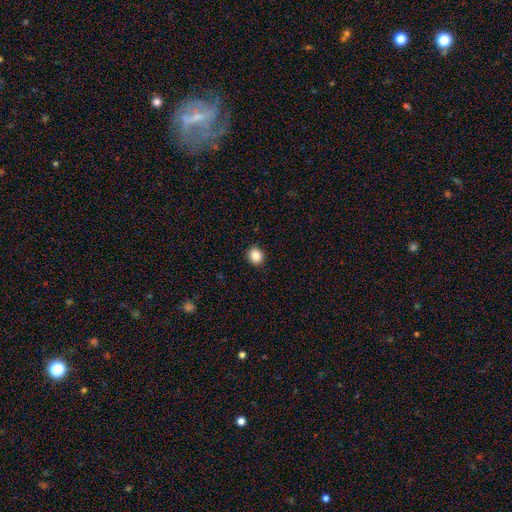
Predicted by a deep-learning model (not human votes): Smooth or featured?
  - smooth: 88% *
  - star or artifact: 9%
  - featured or disk: 3%
How rounded?
  - round: 80% *
  - in between: 20%
  - cigar-shaped: 1%
Merging?
  - none: 91% *
  - minor disturbance: 6%
  - major disturbance: 2%
  - merger: 1%